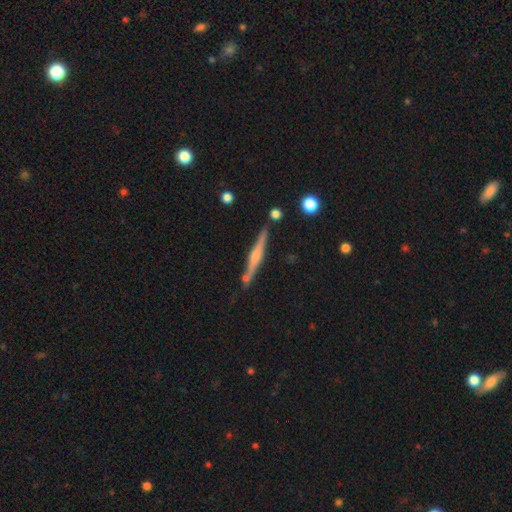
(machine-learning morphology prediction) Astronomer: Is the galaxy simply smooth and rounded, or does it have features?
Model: featured or disk — 66%.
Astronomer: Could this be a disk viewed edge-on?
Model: yes — 97%.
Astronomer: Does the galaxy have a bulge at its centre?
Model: rounded — 71%.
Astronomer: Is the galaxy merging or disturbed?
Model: none — 81%.